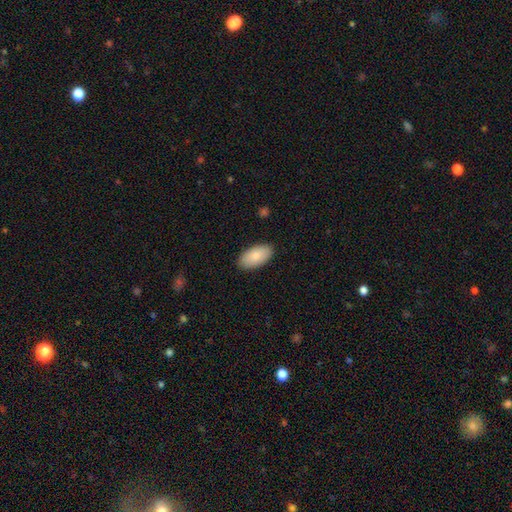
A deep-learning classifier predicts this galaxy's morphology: smooth_or_featured: smooth (p=0.82) [alt: featured or disk p=0.12]
how_rounded: in between (p=0.95) [alt: round p=0.02]
merging: none (p=0.88) [alt: minor disturbance p=0.09]